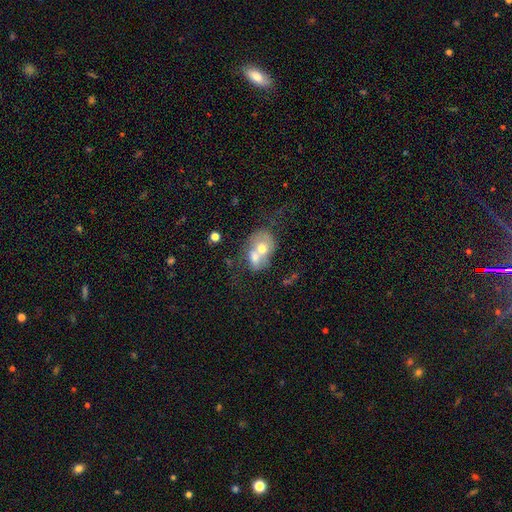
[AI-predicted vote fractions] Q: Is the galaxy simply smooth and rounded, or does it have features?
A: smooth — 49%.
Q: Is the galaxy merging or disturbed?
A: merger — 72%.